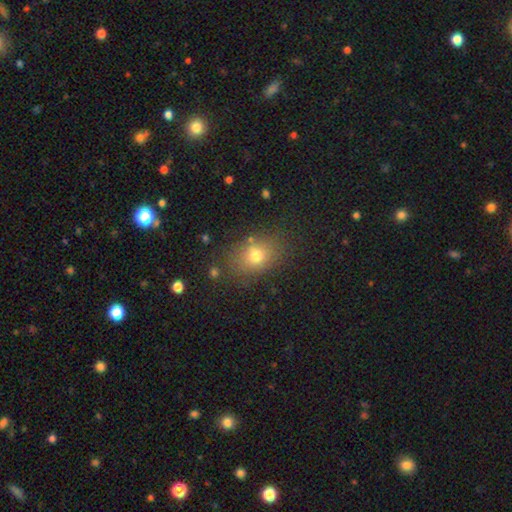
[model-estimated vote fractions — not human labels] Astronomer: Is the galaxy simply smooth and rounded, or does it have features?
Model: smooth — 74%.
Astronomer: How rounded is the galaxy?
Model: in between — 63%.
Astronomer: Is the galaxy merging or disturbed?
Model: none — 79%.